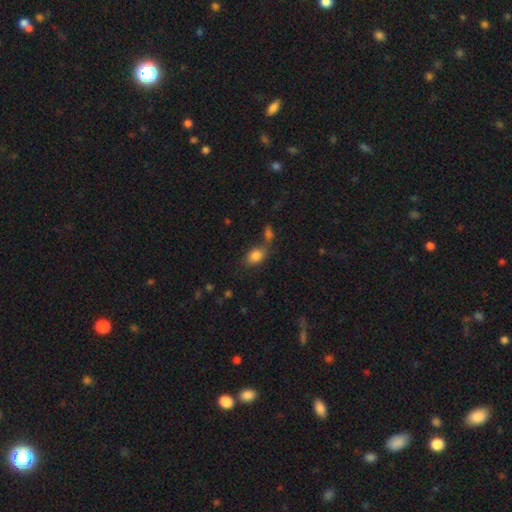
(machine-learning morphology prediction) Smooth or featured?
  - smooth: 84% *
  - star or artifact: 9%
  - featured or disk: 7%
How rounded?
  - in between: 81% *
  - round: 17%
  - cigar-shaped: 2%
Merging?
  - none: 50% *
  - merger: 29%
  - minor disturbance: 14%
  - major disturbance: 7%